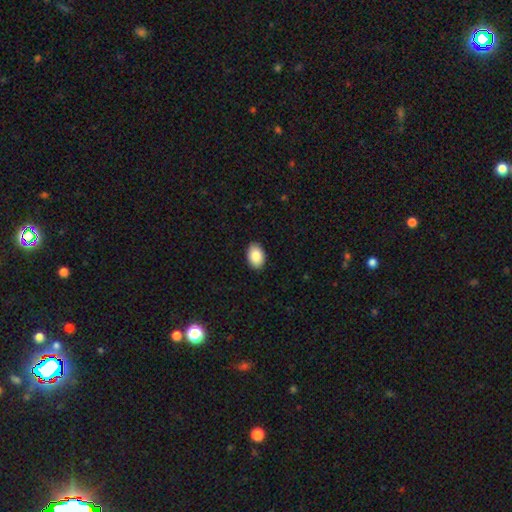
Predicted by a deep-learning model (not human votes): Smooth or featured? Predicted: smooth (p=0.88). How rounded? Predicted: in between (p=0.88). Merging? Predicted: none (p=0.90).